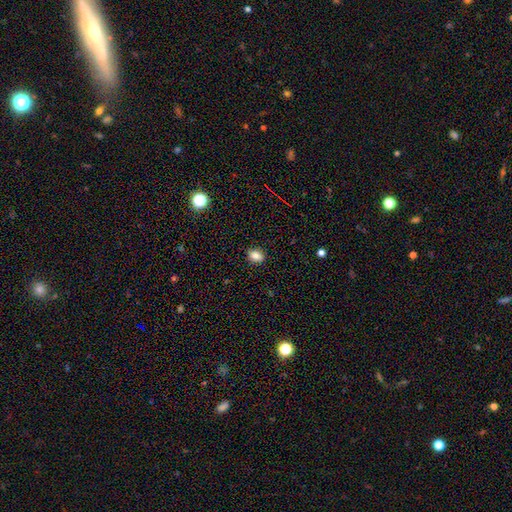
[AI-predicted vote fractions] The model was most divided on "how rounded": in between: 69%, round: 29%, cigar-shaped: 1%. More confident: merging — none (88%); smooth or featured — smooth (85%).